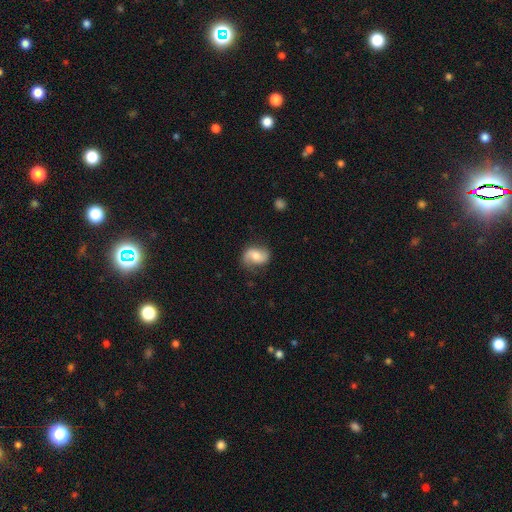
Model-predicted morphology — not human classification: Smooth or featured? Predicted: featured or disk (p=0.60). Edge-on disk? Predicted: no (p=0.97). Bar? Predicted: no (p=0.56). Spiral arms? Predicted: yes (p=0.92). Spiral winding? Predicted: loose (p=0.50). Spiral arm count? Predicted: 2 (p=0.83). Bulge size? Predicted: moderate (p=0.58). Merging? Predicted: none (p=0.70).